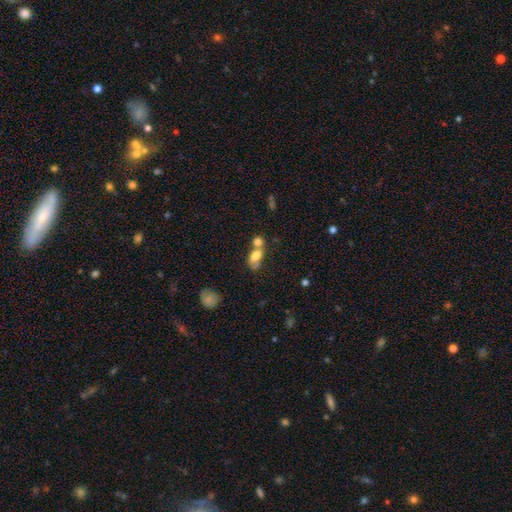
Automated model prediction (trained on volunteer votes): Smooth or featured? smooth (73%)
How rounded? in between (73%)
Merging? merger (60%)